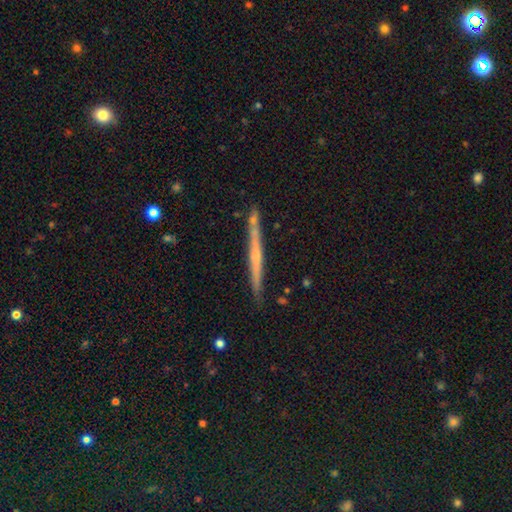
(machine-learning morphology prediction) Smooth or featured?
  - featured or disk: 61% *
  - smooth: 33%
  - star or artifact: 6%
Edge-on disk?
  - yes: 97% *
  - no: 3%
Edge-on bulge?
  - none: 62% *
  - rounded: 31%
  - boxy: 7%
Merging?
  - none: 84% *
  - minor disturbance: 10%
  - merger: 4%
  - major disturbance: 2%